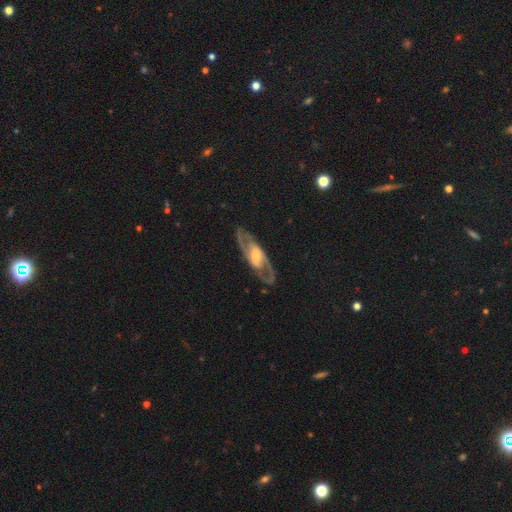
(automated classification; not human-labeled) Smooth or featured? Predicted: featured or disk (p=0.83). Edge-on disk? Predicted: no (p=0.84). Bar? Predicted: weak (p=0.39). Spiral arms? Predicted: yes (p=0.84). Spiral winding? Predicted: medium (p=0.51). Spiral arm count? Predicted: 2 (p=0.85). Bulge size? Predicted: moderate (p=0.51). Merging? Predicted: none (p=0.83).